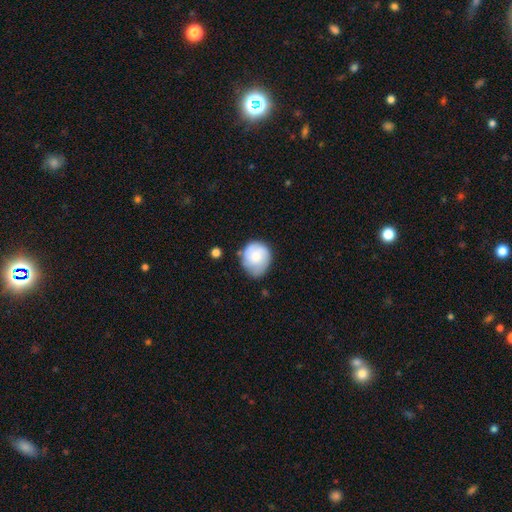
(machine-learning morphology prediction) Q: Smooth or featured?
A: smooth (59%); runner-up: featured or disk (34%)
Q: How rounded?
A: round (74%); runner-up: in between (25%)
Q: Merging?
A: none (57%); runner-up: minor disturbance (32%)